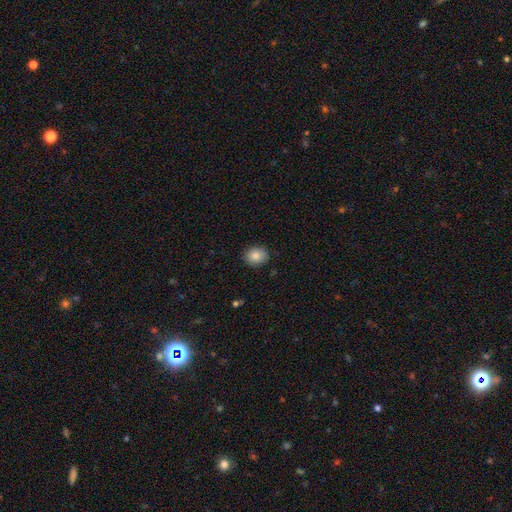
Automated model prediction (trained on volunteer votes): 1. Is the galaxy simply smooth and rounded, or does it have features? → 86% smooth, 8% star or artifact, 6% featured or disk.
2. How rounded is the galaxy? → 65% round, 34% in between, 1% cigar-shaped.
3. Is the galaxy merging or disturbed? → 87% none, 10% minor disturbance, 2% major disturbance, 1% merger.